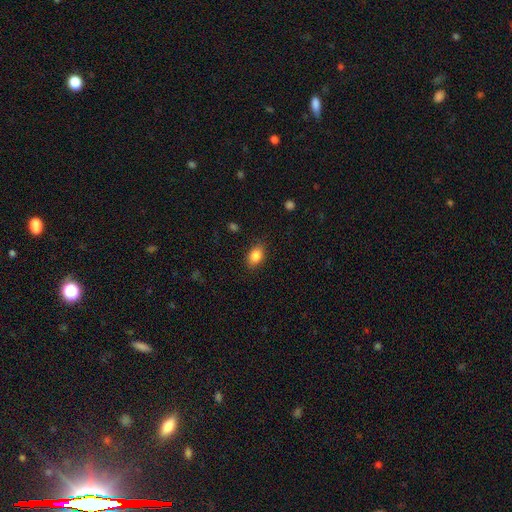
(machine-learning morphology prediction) type=smooth (85%); roundness=in between (81%); merging=none (84%).